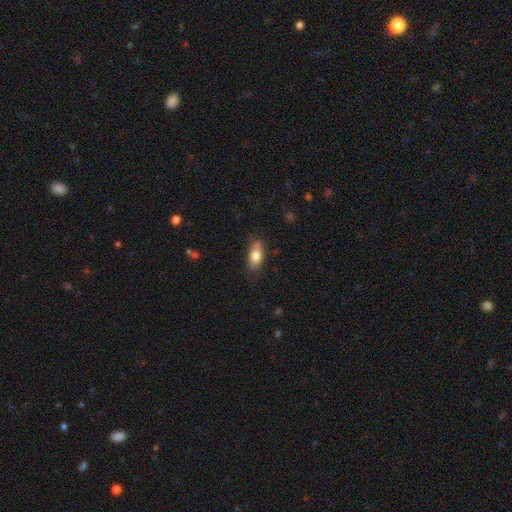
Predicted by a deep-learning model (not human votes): Smooth or featured? smooth (80%)
How rounded? in between (84%)
Merging? none (66%)